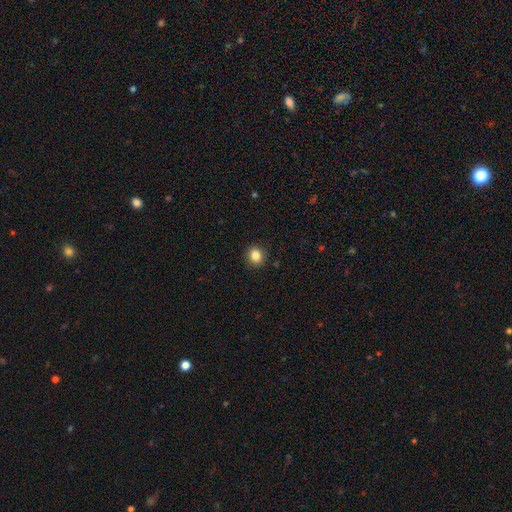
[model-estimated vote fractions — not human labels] Smooth or featured?
  - smooth: 85% *
  - star or artifact: 10%
  - featured or disk: 5%
How rounded?
  - round: 83% *
  - in between: 16%
  - cigar-shaped: 1%
Merging?
  - none: 91% *
  - minor disturbance: 6%
  - major disturbance: 2%
  - merger: 1%